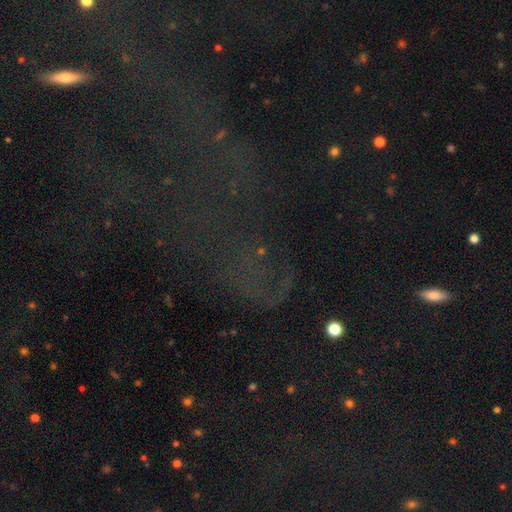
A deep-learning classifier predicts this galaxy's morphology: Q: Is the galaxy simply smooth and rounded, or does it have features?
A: star or artifact — 67%.